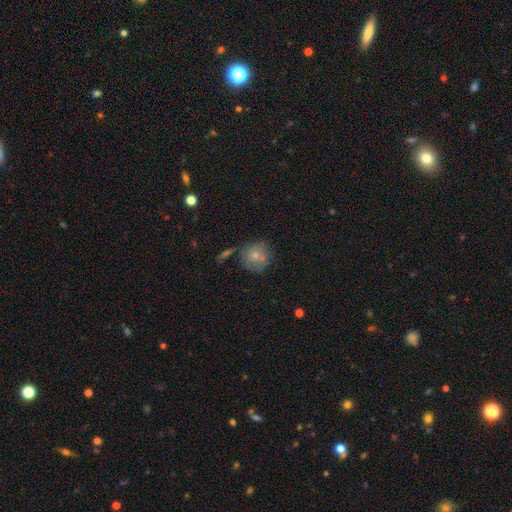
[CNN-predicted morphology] This appears to be a smooth galaxy with no disk features (69%) that is round (89%). Merging: none (60%).